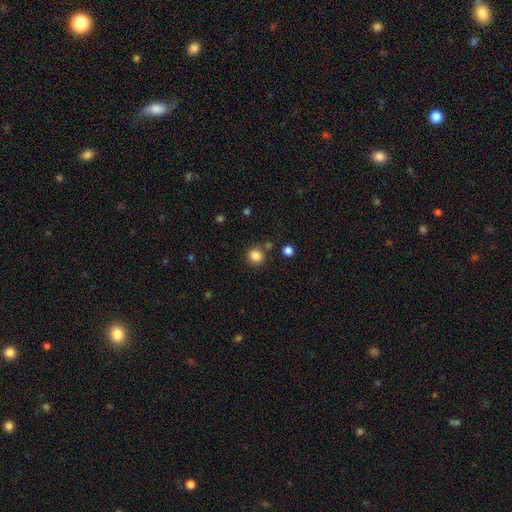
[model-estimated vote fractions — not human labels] Overall: smooth (84%). How rounded: round (88%). Merging: none (81%).